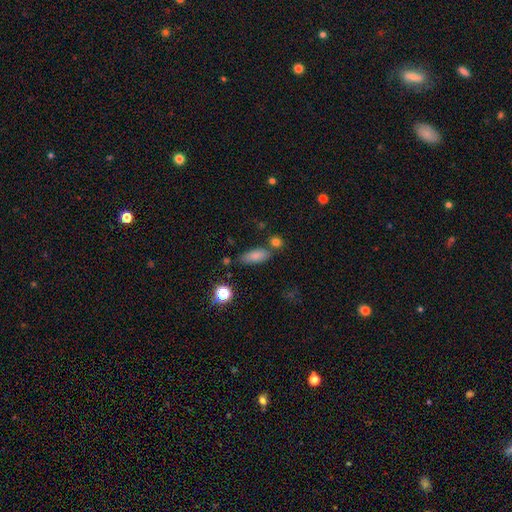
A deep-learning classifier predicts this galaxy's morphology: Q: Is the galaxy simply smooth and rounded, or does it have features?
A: smooth — 81%.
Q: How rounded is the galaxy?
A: in between — 76%.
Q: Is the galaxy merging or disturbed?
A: none — 71%.